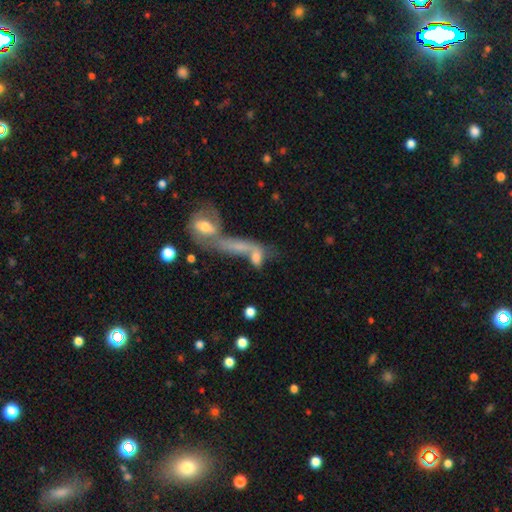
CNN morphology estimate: smooth 53%, featured or disk 34%, star or artifact 13%. Down the decision tree: how rounded — in between (54%); merging — merger (63%).